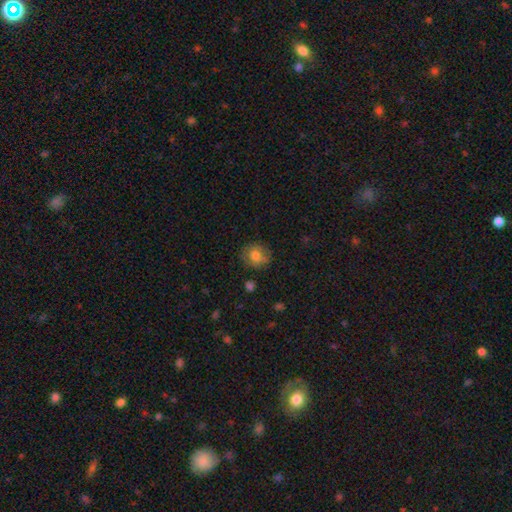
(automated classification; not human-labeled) Smooth or featured: smooth — 76% (featured or disk — 15%)
How rounded: round — 81% (in between — 18%)
Merging: none — 78% (minor disturbance — 16%)